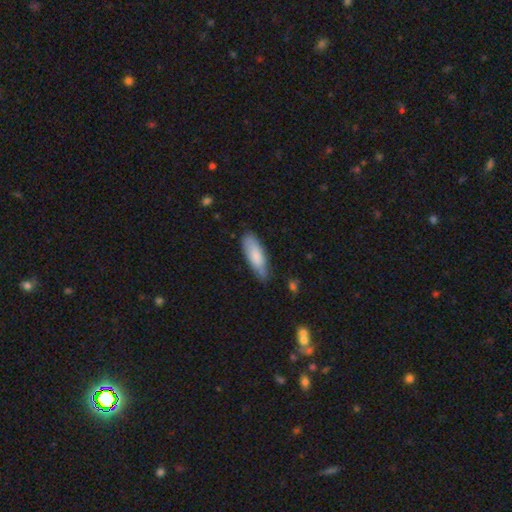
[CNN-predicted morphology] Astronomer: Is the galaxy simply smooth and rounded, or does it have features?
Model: smooth — 80%.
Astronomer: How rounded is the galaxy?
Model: in between — 61% (runner-up: cigar-shaped, 37%).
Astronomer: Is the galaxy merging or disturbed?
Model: none — 70%.